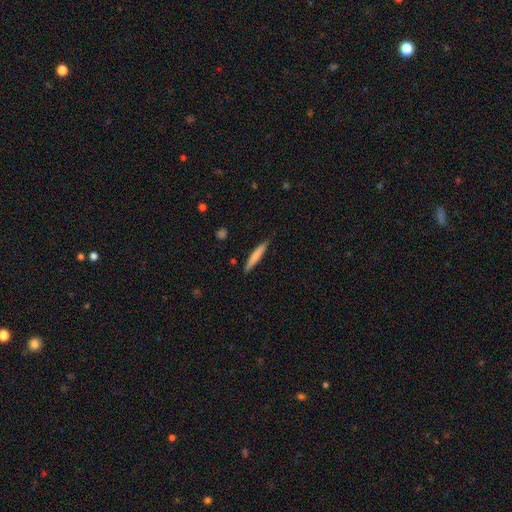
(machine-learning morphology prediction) This is likely a smooth galaxy (75%). How rounded: clearly cigar-shaped (94%). Merging: clearly none (88%).